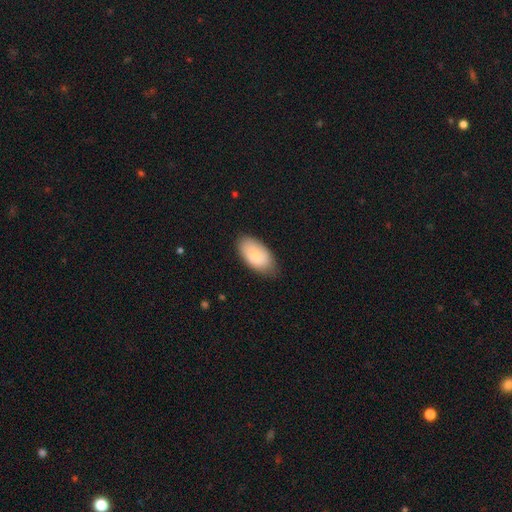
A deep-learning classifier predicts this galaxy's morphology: This is likely a smooth galaxy (78%). How rounded: clearly in between (94%). Merging: likely none (77%).